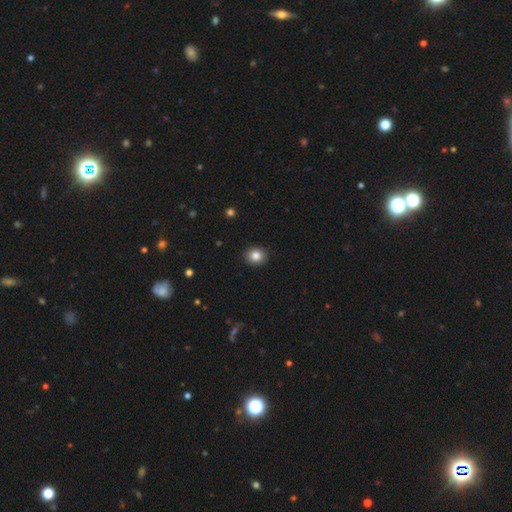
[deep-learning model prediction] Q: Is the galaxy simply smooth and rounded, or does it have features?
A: smooth — 83%.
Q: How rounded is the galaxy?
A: round — 74%.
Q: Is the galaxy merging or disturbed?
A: none — 91%.